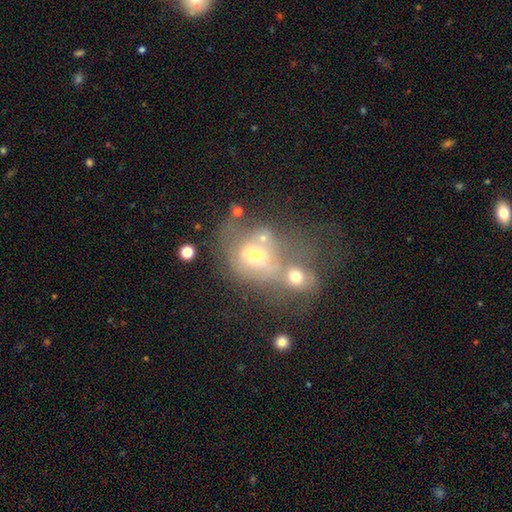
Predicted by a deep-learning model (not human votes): smooth 49%, featured or disk 36%, star or artifact 15%. Down the decision tree: merging — merger (63%).